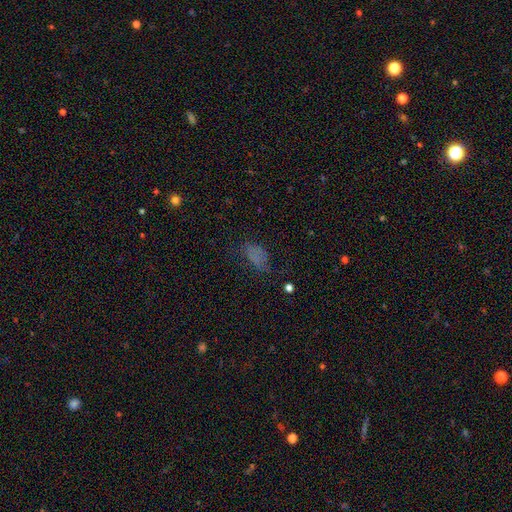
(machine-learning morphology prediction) A smooth galaxy with no disk features (65%) that is in between round and cigar-shaped (88%). Merging: none (50%).